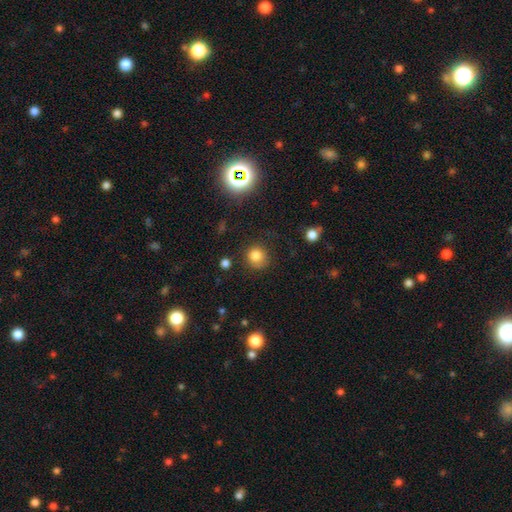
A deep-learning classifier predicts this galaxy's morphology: Q: Smooth or featured?
A: smooth (79%); runner-up: star or artifact (14%)
Q: How rounded?
A: round (87%); runner-up: in between (12%)
Q: Merging?
A: none (71%); runner-up: minor disturbance (18%)